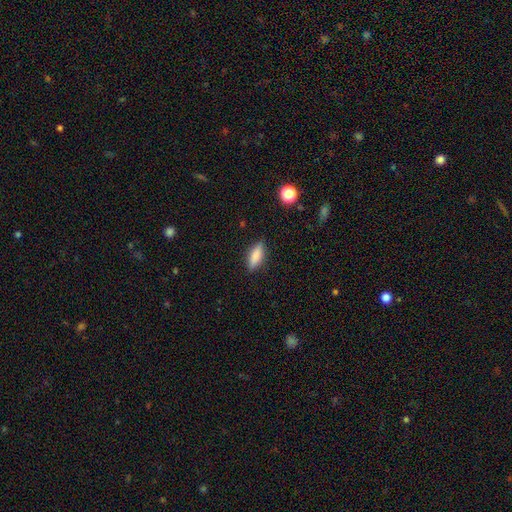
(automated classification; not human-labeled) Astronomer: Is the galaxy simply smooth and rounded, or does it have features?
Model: smooth — 76%.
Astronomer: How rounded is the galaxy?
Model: in between — 56% (runner-up: cigar-shaped, 42%).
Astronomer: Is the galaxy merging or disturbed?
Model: none — 86%.